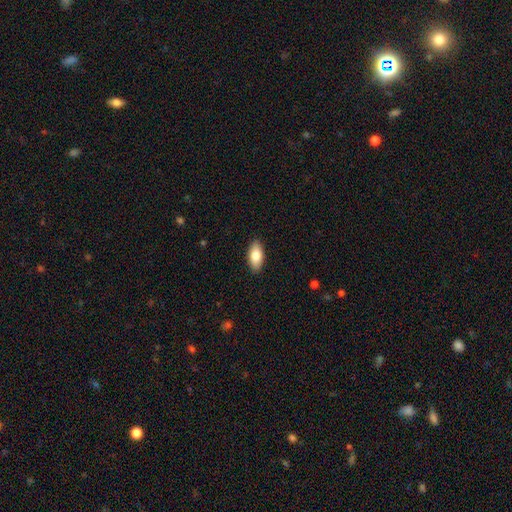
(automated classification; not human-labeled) Morphology: type=smooth (81%); roundness=in between (90%); merging=none (89%).